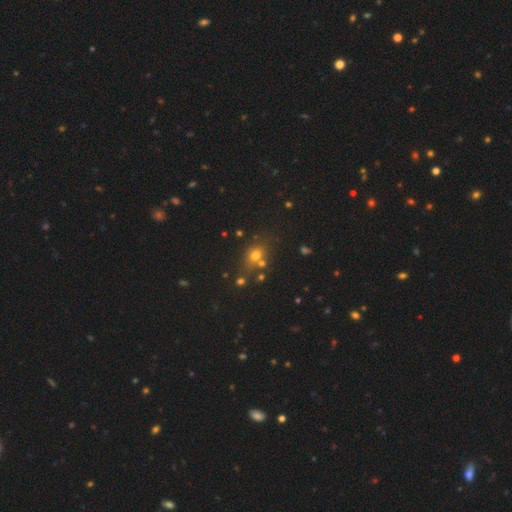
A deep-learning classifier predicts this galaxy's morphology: Smooth or featured? smooth (65%)
How rounded? round (59%)
Merging? none (62%)